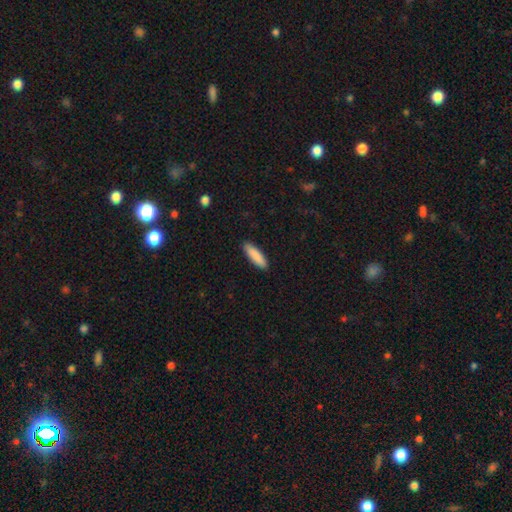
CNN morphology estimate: A smooth galaxy with no disk features (88%) that is cigar-shaped (65%). Merging: none (91%).